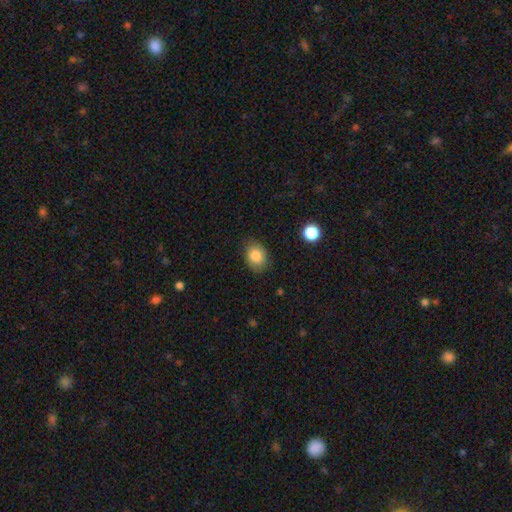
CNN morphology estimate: Smooth or featured? smooth (84%)
How rounded? in between (63%)
Merging? none (79%)